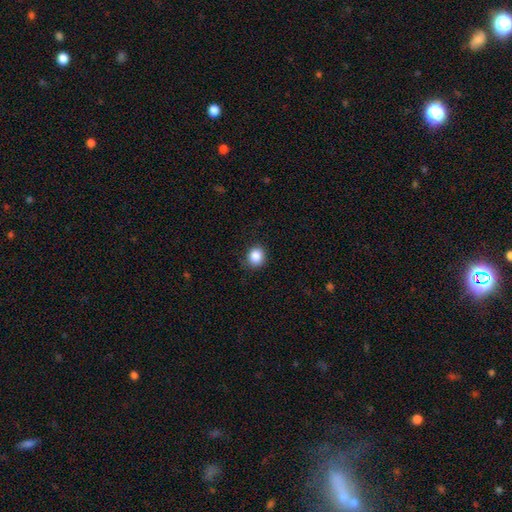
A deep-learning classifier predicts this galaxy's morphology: smooth-or-featured: smooth: 86% | star or artifact: 10% | featured or disk: 4%
  how-rounded: round: 84% | in between: 15% | cigar-shaped: 1%
  merging: none: 86% | minor disturbance: 11% | major disturbance: 3% | merger: 1%